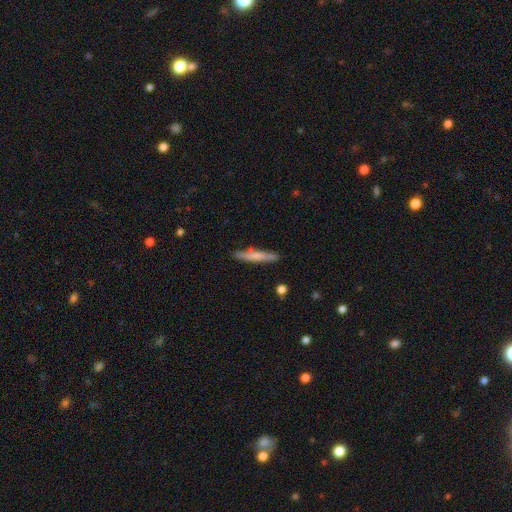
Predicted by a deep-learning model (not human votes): A smooth galaxy with no disk features (64%) that is cigar-shaped (93%). Merging: none (83%).